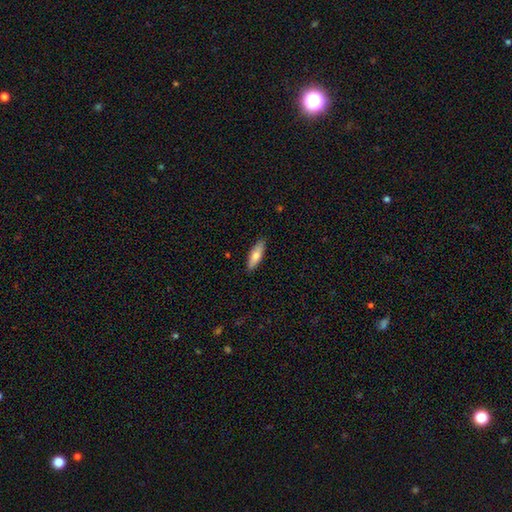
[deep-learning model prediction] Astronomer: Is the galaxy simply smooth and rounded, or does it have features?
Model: smooth — 72%.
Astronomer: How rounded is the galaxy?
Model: cigar-shaped — 52% (runner-up: in between, 46%).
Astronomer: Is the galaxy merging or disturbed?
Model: none — 88%.